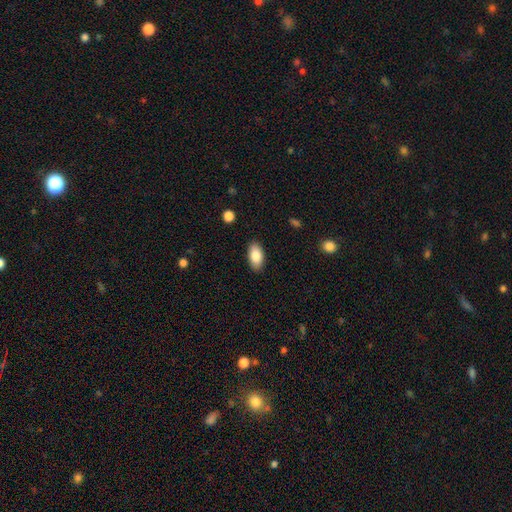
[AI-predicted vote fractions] Smooth or featured? smooth (85%)
How rounded? in between (94%)
Merging? none (88%)